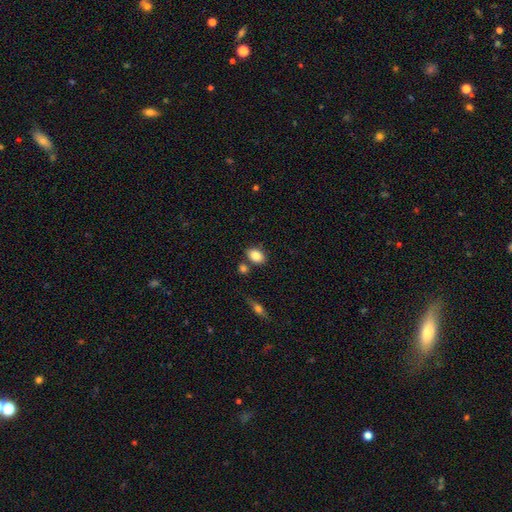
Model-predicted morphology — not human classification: smooth-or-featured: smooth: 85% | star or artifact: 8% | featured or disk: 8%
  how-rounded: in between: 83% | round: 15% | cigar-shaped: 2%
  merging: none: 75% | minor disturbance: 11% | merger: 11% | major disturbance: 3%